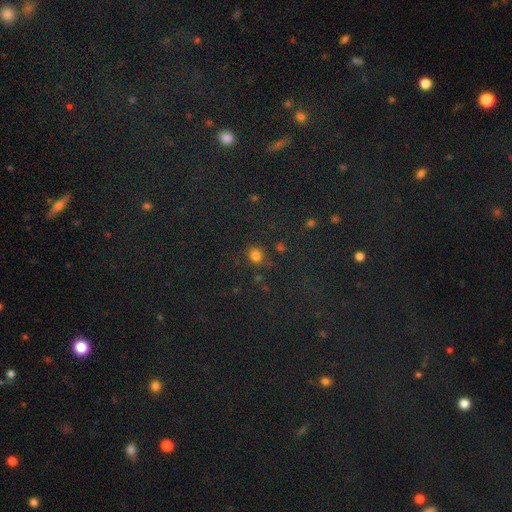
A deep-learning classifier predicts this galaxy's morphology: smooth_or_featured: smooth (p=0.78) [alt: star or artifact p=0.18]
how_rounded: round (p=0.75) [alt: in between p=0.24]
merging: none (p=0.78) [alt: minor disturbance p=0.13]